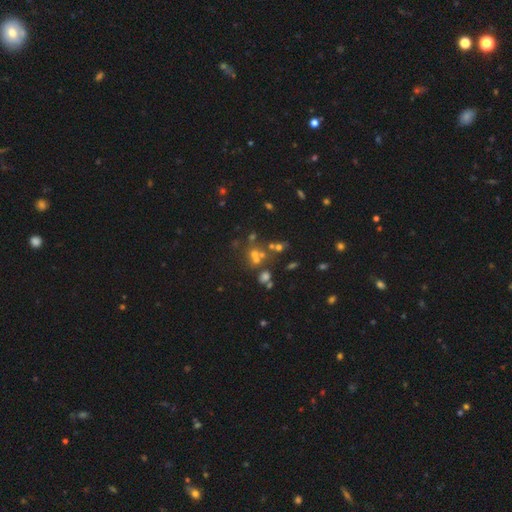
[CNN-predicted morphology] star or artifact 43%, smooth 36%, featured or disk 21%.